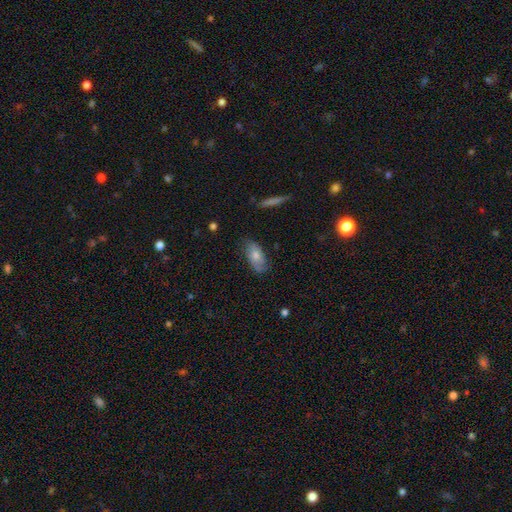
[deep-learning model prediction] Overall: smooth (69%). How rounded: in between (88%). Merging: none (70%).